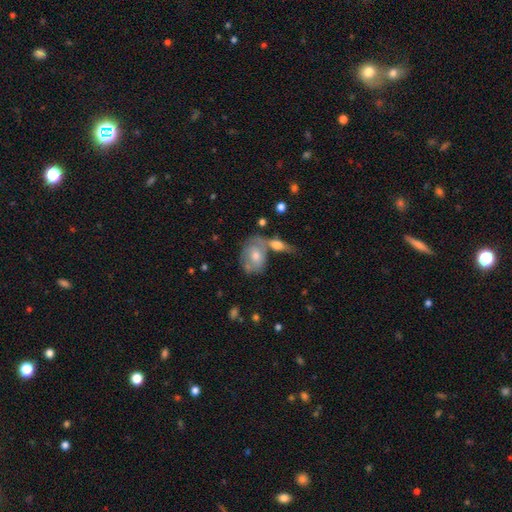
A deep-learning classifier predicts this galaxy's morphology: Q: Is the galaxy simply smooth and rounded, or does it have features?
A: smooth — 47%.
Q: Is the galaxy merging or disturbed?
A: none — 44%.